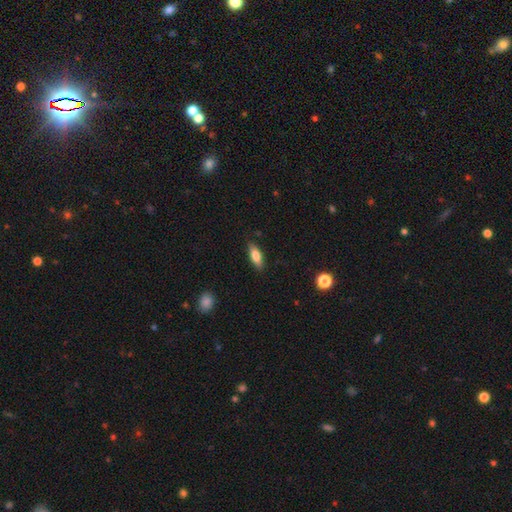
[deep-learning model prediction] This is likely a smooth galaxy (77%). How rounded: likely in between (69%). Merging: clearly none (85%).